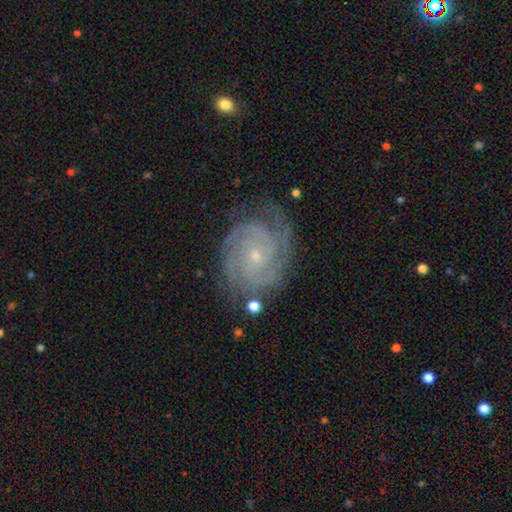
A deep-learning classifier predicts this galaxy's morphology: featured or disk 89%, star or artifact 6%, smooth 5%. Down the decision tree: edge-on disk — no (98%); bar — no (75%); spiral arms — yes (98%); spiral arm count — 2 (32%); spiral winding — tight (77%); bulge size — small (80%); merging — none (74%).